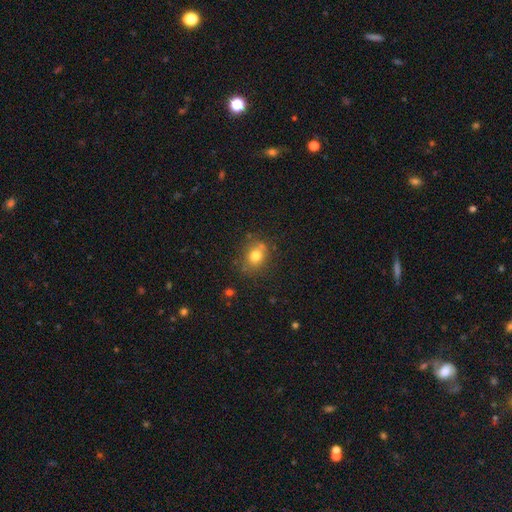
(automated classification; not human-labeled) Smooth or featured? smooth (76%)
How rounded? round (63%)
Merging? none (72%)